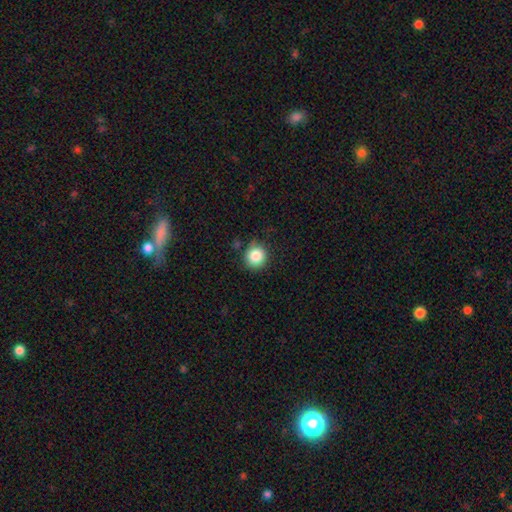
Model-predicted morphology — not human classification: smooth_or_featured: smooth (p=0.85) [alt: star or artifact p=0.10]
how_rounded: round (p=0.91) [alt: in between p=0.08]
merging: none (p=0.82) [alt: minor disturbance p=0.13]